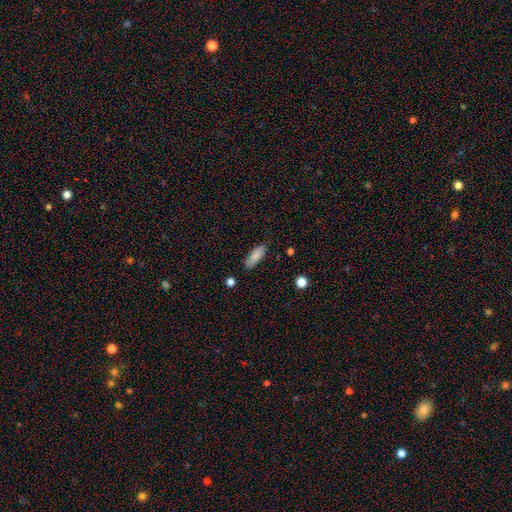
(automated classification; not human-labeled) A smooth galaxy with no disk features (84%) that is in between round and cigar-shaped (64%). Merging: none (83%).